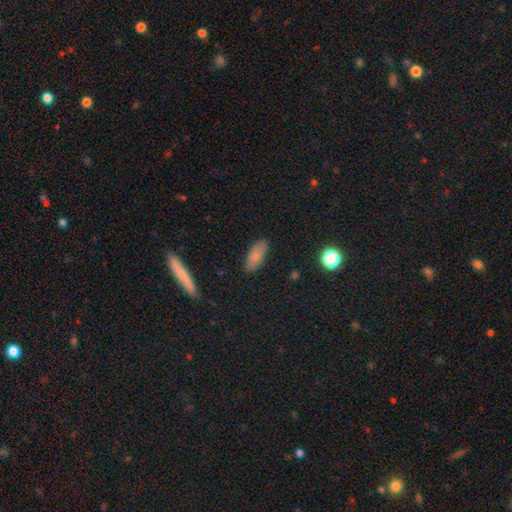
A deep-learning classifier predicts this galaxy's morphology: A smooth galaxy with no disk features (83%) that is in between round and cigar-shaped (85%).

Vote fractions:
- Smooth or featured? smooth: 83% / featured or disk: 9% / star or artifact: 8%
- How rounded? in between: 85% / cigar-shaped: 13% / round: 3%
- Merging? none: 86% / minor disturbance: 10% / major disturbance: 2% / merger: 1%